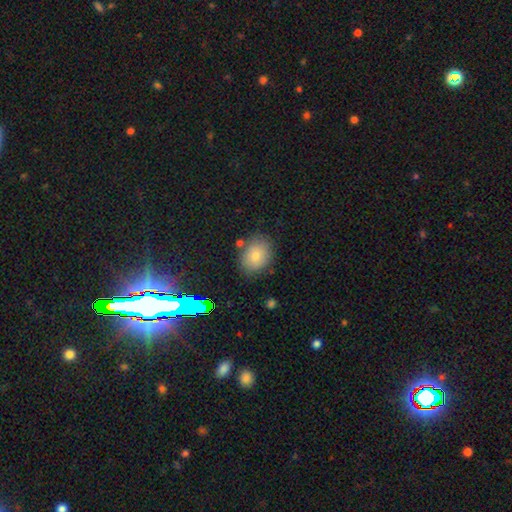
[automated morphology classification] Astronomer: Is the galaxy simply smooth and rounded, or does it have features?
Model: smooth — 78%.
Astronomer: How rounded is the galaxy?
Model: in between — 56% (runner-up: round, 43%).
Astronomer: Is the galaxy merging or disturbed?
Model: none — 77%.